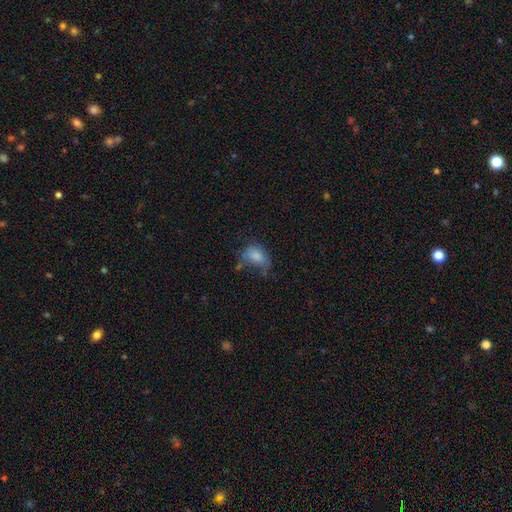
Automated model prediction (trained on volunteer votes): Smooth or featured?
  - smooth: 75% *
  - featured or disk: 15%
  - star or artifact: 10%
How rounded?
  - in between: 83% *
  - round: 15%
  - cigar-shaped: 2%
Merging?
  - none: 36% *
  - minor disturbance: 32%
  - major disturbance: 26%
  - merger: 6%